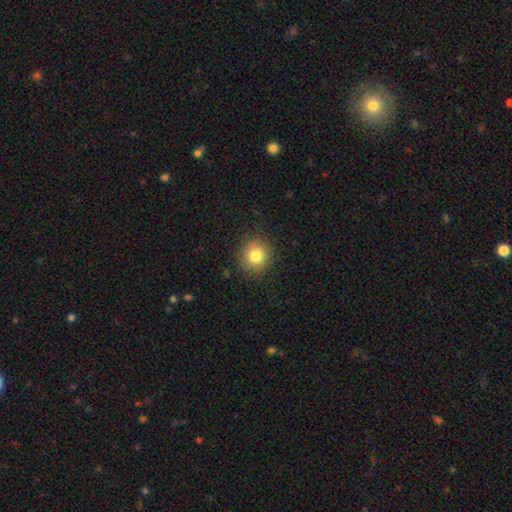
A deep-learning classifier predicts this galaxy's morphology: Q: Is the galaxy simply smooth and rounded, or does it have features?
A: smooth — 81%.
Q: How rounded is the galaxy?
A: round — 87%.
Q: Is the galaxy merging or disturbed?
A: none — 85%.